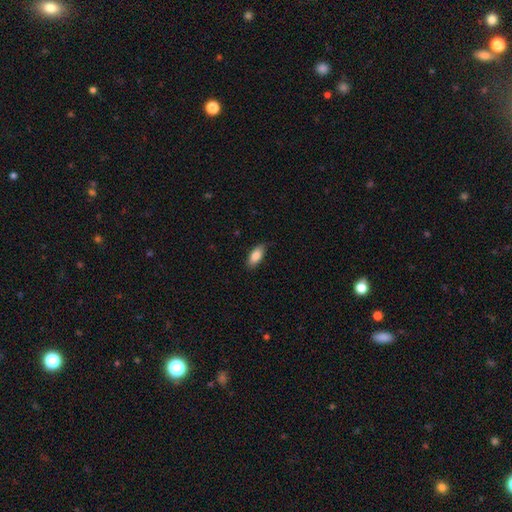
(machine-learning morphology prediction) The model was most divided on "merging": none: 81%, minor disturbance: 15%, major disturbance: 2%, merger: 1%. More confident: how rounded — in between (87%); smooth or featured — smooth (84%).